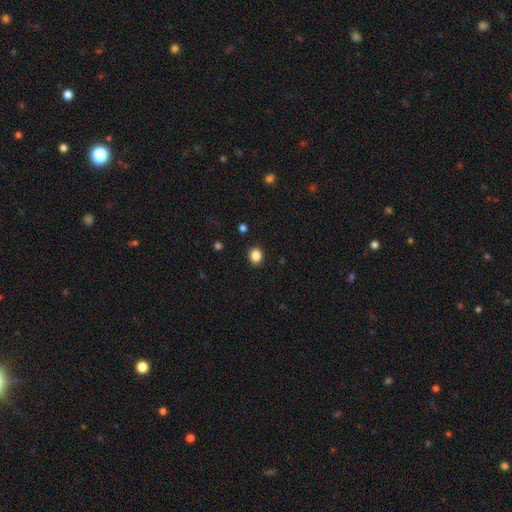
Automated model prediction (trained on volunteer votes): Morphology: type=smooth (86%); roundness=round (68%); merging=none (91%).